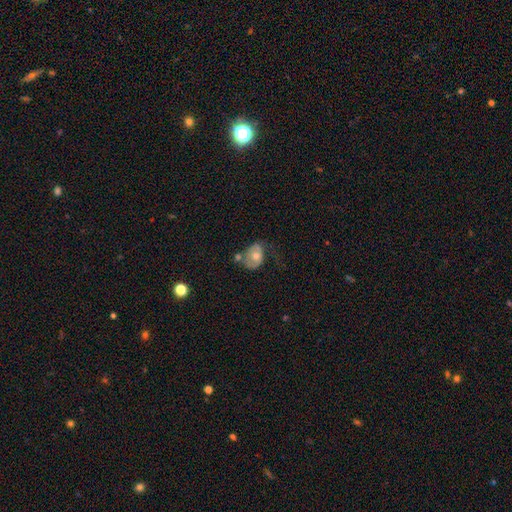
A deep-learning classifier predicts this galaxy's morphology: smooth 54%, featured or disk 38%, star or artifact 8%. Down the decision tree: how rounded — in between (66%); merging — none (31%).